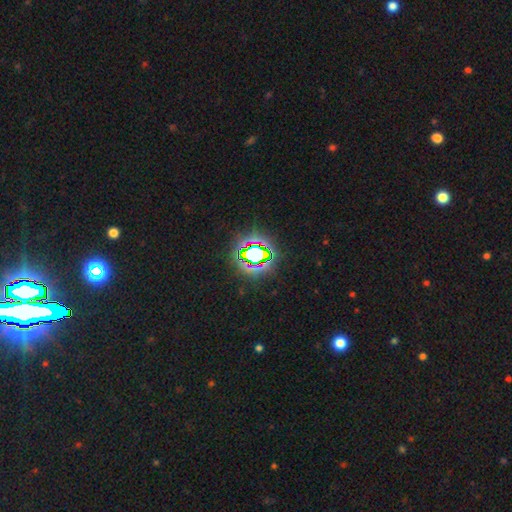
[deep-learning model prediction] Smooth or featured? star or artifact (70%)